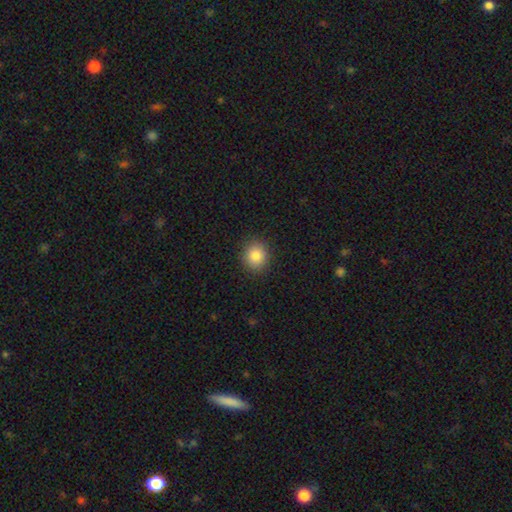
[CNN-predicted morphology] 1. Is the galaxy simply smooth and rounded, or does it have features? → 85% smooth, 10% star or artifact, 5% featured or disk.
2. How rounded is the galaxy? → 83% round, 16% in between, 1% cigar-shaped.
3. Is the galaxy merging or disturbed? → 90% none, 7% minor disturbance, 2% major disturbance, 1% merger.